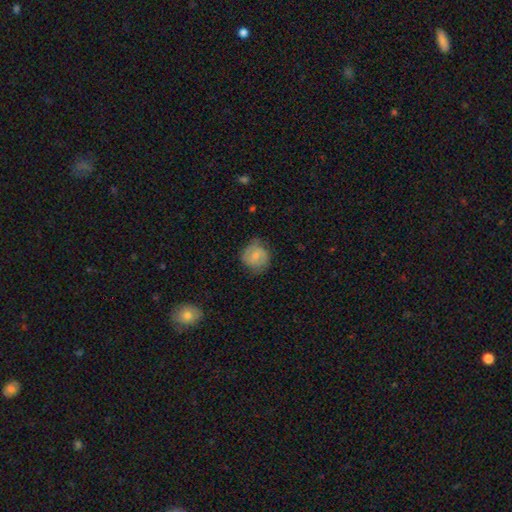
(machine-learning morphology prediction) Overall: smooth (64%; featured or disk 29%). How rounded: round (81%). Merging: none (65%; minor disturbance 26%).